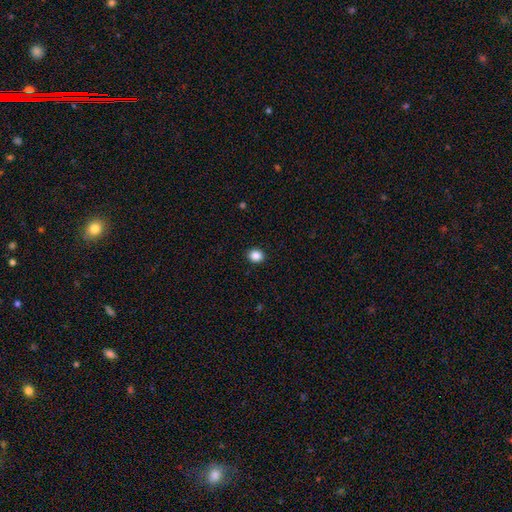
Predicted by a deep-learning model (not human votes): Smooth or featured? Predicted: smooth (p=0.87). How rounded? Predicted: round (p=0.72). Merging? Predicted: none (p=0.91).